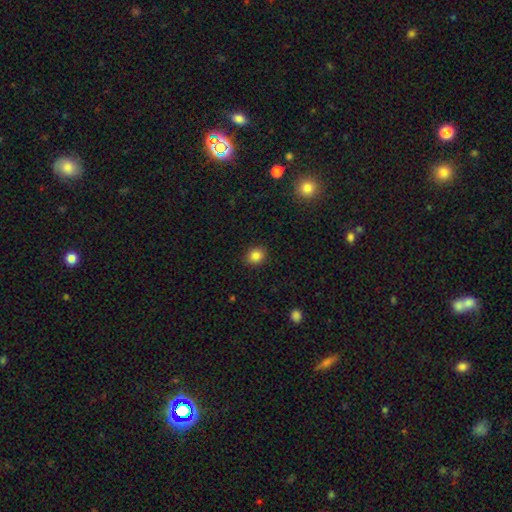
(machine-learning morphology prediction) This appears to be a smooth galaxy with no disk features (85%) that is round (75%). Merging: none (90%).